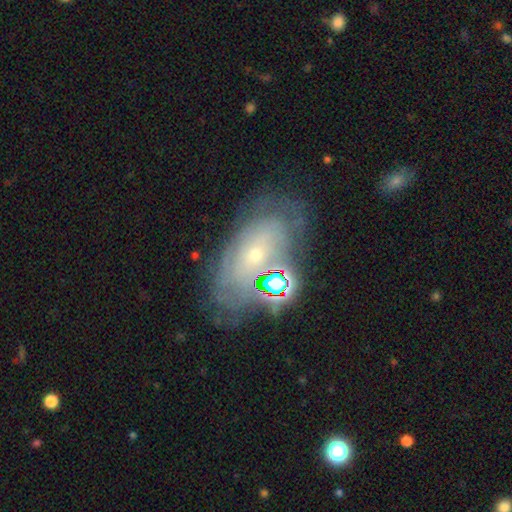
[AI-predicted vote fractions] The model was most divided on "smooth or featured": featured or disk: 64%, smooth: 19%, star or artifact: 17%. More confident: edge-on disk — no (91%); spiral arms — yes (75%); bulge size — small (75%); bar — no (75%); merging — none (66%).